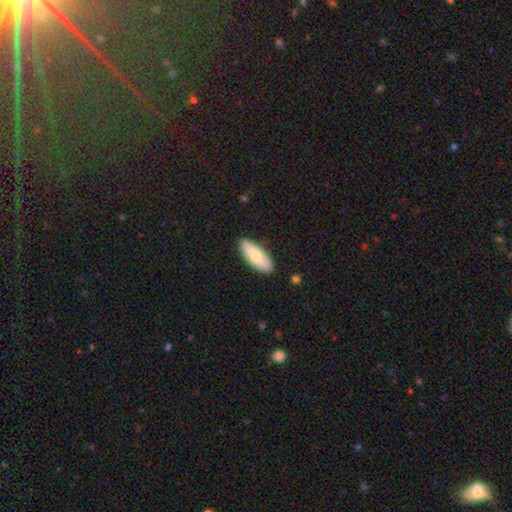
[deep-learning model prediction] smooth 72%, featured or disk 23%, star or artifact 5%. Down the decision tree: how rounded — in between (74%); merging — none (86%).